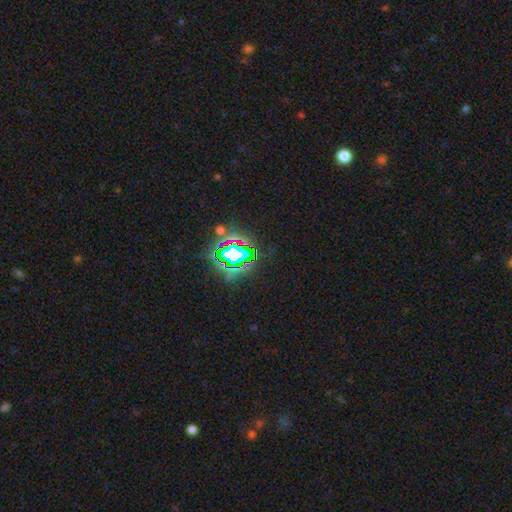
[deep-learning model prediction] smooth-or-featured: star or artifact: 79% | smooth: 12% | featured or disk: 9%